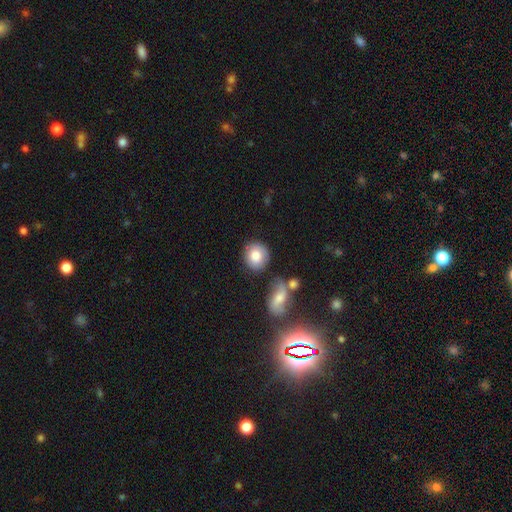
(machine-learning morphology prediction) Smooth or featured: smooth — 78% (featured or disk — 15%)
How rounded: round — 78% (in between — 21%)
Merging: none — 71% (minor disturbance — 15%)